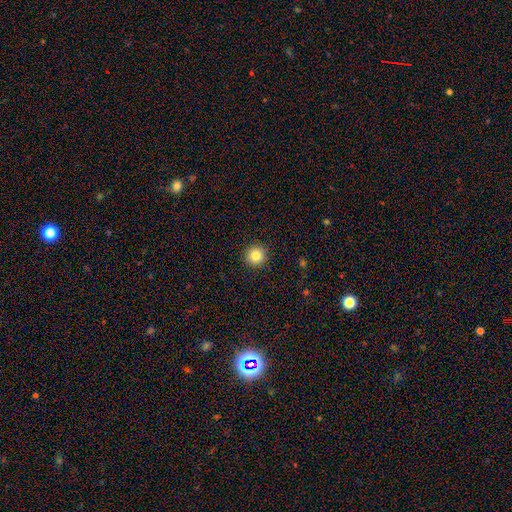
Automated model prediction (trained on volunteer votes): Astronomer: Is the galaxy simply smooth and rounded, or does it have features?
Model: smooth — 84%.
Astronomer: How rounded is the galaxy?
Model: round — 94%.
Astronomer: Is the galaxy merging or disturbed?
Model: none — 92%.